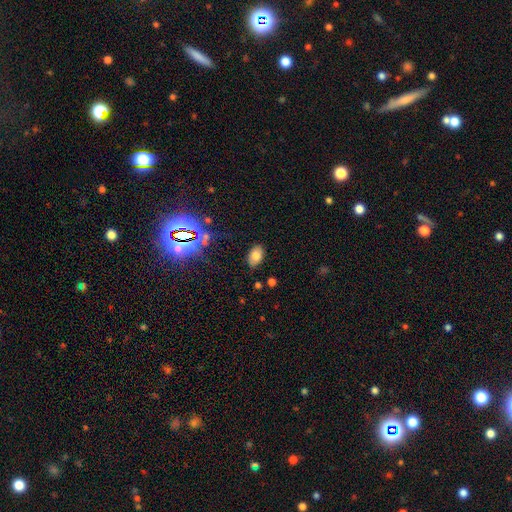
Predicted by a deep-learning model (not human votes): Smooth or featured: smooth — 74% (star or artifact — 15%)
How rounded: in between — 89% (round — 10%)
Merging: none — 82% (minor disturbance — 13%)